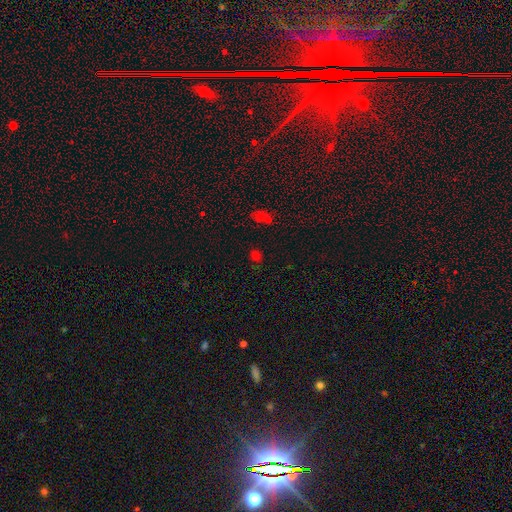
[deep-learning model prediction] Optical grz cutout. It shows a smooth galaxy with no disk features (56%) that is round (58%). Merging: none (68%).